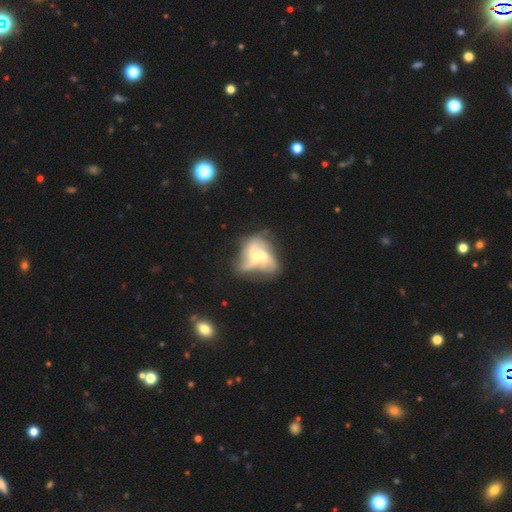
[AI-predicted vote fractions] smooth_or_featured: featured or disk (p=0.64) [alt: smooth p=0.26]
disk_edge_on: no (p=0.95) [alt: yes p=0.05]
bar: no (p=0.70) [alt: weak p=0.23]
has_spiral_arms: yes (p=0.58) [alt: no p=0.42]
bulge_size: moderate (p=0.54) [alt: small p=0.35]
merging: merger (p=0.68) [alt: none p=0.13]